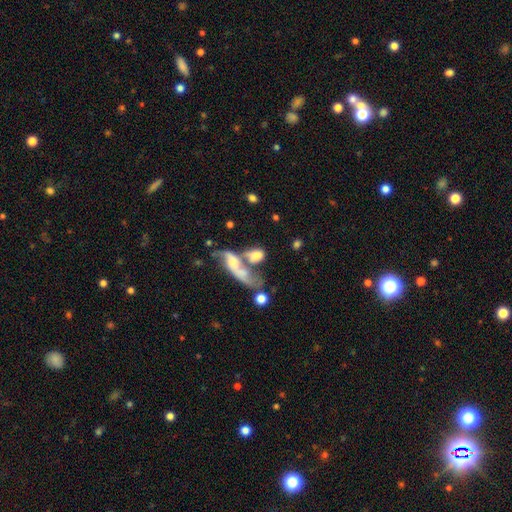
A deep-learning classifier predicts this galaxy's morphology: Smooth or featured?
  - smooth: 57% *
  - featured or disk: 34%
  - star or artifact: 9%
How rounded?
  - in between: 69% *
  - round: 20%
  - cigar-shaped: 11%
Merging?
  - merger: 58% *
  - none: 19%
  - major disturbance: 14%
  - minor disturbance: 9%